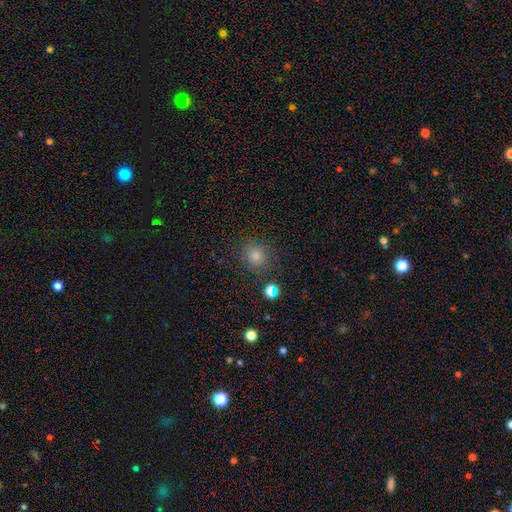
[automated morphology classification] Smooth or featured?
  - smooth: 72% *
  - star or artifact: 20%
  - featured or disk: 8%
How rounded?
  - round: 86% *
  - in between: 13%
  - cigar-shaped: 1%
Merging?
  - none: 85% *
  - minor disturbance: 9%
  - major disturbance: 3%
  - merger: 3%